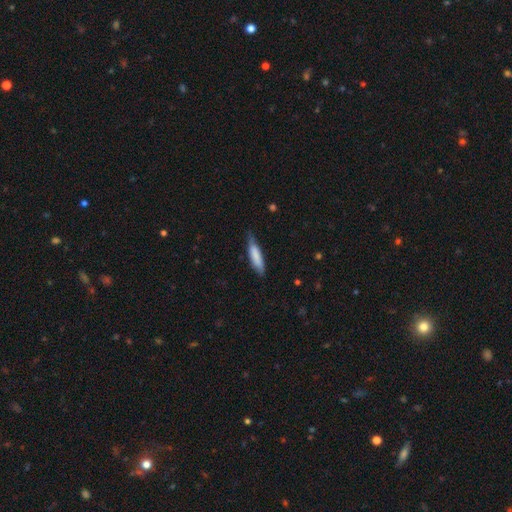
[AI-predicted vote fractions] This appears to be a smooth galaxy with no disk features (80%) that is cigar-shaped (70%). Merging: none (64%).